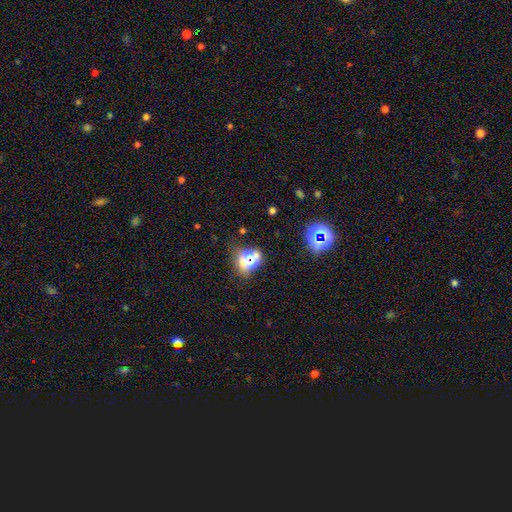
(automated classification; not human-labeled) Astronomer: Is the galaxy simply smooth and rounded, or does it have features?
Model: star or artifact — 46% (runner-up: smooth, 40%).